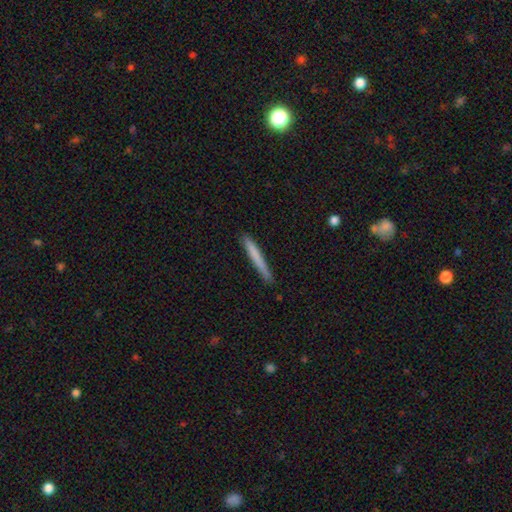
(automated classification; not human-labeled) The model was most divided on "smooth or featured": smooth: 73%, featured or disk: 21%, star or artifact: 6%. More confident: how rounded — cigar-shaped (97%); merging — none (87%).